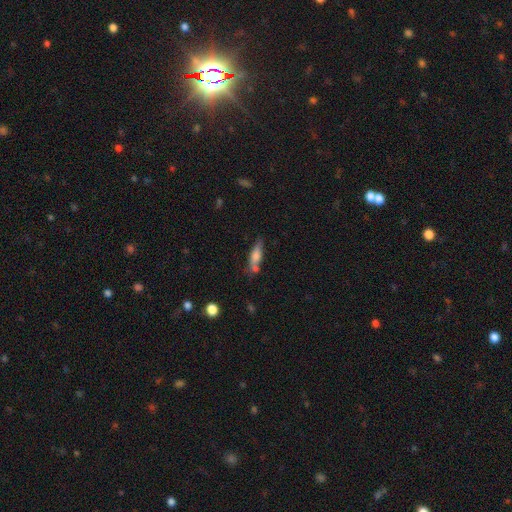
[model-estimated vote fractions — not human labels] This is likely a smooth galaxy (62%). How rounded: possibly cigar-shaped (58%). Merging: possibly none (56%).